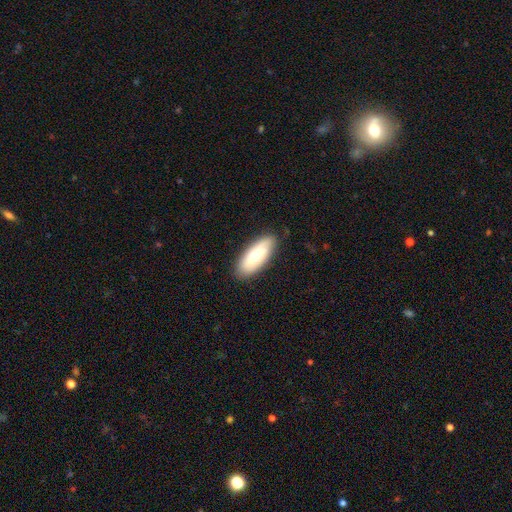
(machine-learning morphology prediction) A smooth galaxy with no disk features (65%) that is in between round and cigar-shaped (77%).

Vote fractions:
- Smooth or featured? smooth: 65% / featured or disk: 29% / star or artifact: 6%
- How rounded? in between: 77% / cigar-shaped: 21% / round: 2%
- Merging? none: 86% / minor disturbance: 11% / major disturbance: 2% / merger: 1%